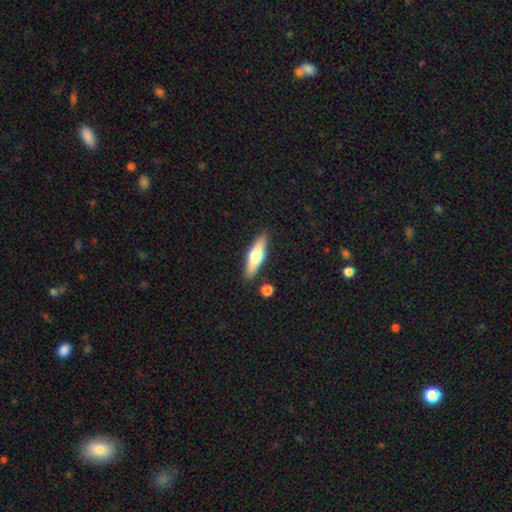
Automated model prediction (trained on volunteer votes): This appears to be a smooth galaxy with no disk features (52%) that is cigar-shaped (60%). Merging: none (85%).